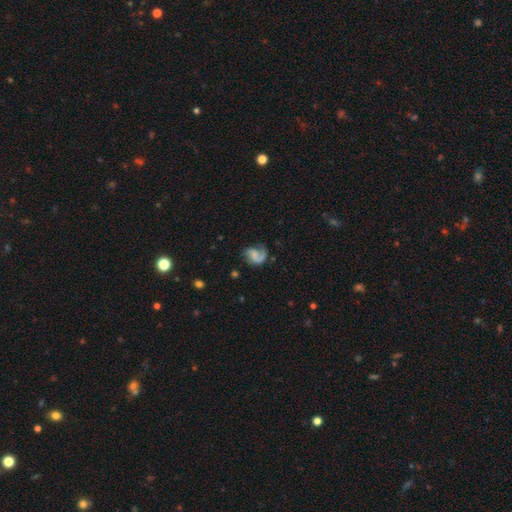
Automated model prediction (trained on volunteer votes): A featured or disk galaxy (71%) with no bar (55%), 2 (50%) loose (42%) spiral arms (93%) and no central bulge (48%).

Vote fractions:
- Smooth or featured? featured or disk: 71% / smooth: 21% / star or artifact: 8%
- Edge-on disk? no: 98% / yes: 2%
- Bar? no: 55% / weak: 36% / strong: 9%
- Spiral arms? yes: 93% / no: 7%
- Spiral winding? loose: 42% / medium: 40% / tight: 18%
- Spiral arm count? 2: 50% / 1: 43% / can't tell: 4% / 3: 1% / 4: 1% / more than 4: 1%
- Bulge size? none: 48% / small: 31% / moderate: 15% / large: 4% / dominant: 2%
- Merging? none: 53% / major disturbance: 23% / minor disturbance: 21% / merger: 3%